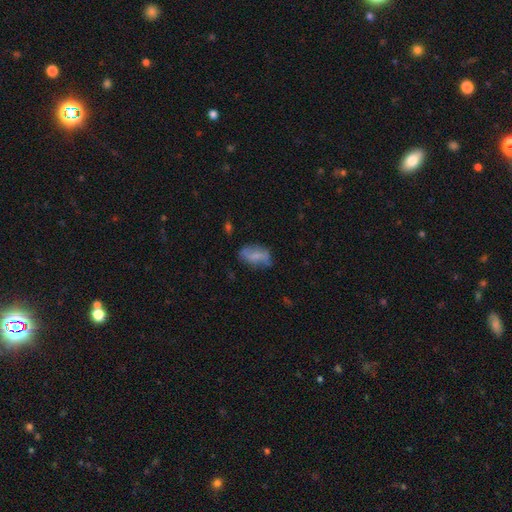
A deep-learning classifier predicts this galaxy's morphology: This appears to be a smooth galaxy with no disk features (61%) that is in between round and cigar-shaped (89%). Merging: none (59%).